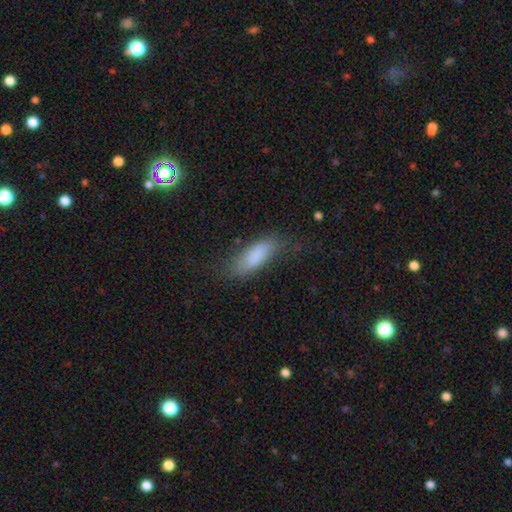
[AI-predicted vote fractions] Overall: smooth (80%). How rounded: in between (64%; cigar-shaped 33%). Merging: none (63%; minor disturbance 25%).